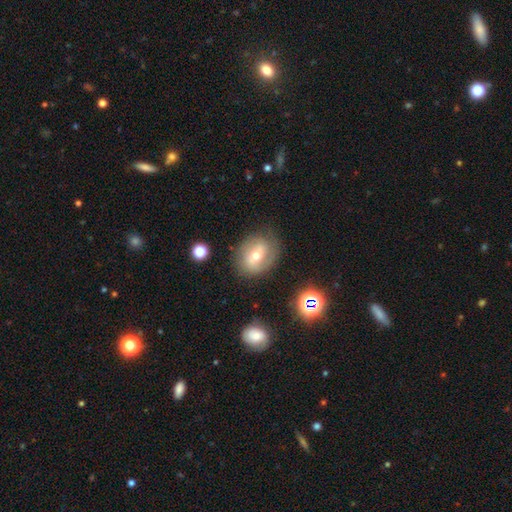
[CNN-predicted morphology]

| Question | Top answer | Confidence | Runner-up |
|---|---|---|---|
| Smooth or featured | featured or disk | 54% | smooth (36%) |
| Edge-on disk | no | 94% | yes (6%) |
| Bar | weak | 42% | no (30%) |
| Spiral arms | yes | 66% | no (34%) |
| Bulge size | moderate | 67% | small (27%) |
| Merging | none | 75% | minor disturbance (17%) |